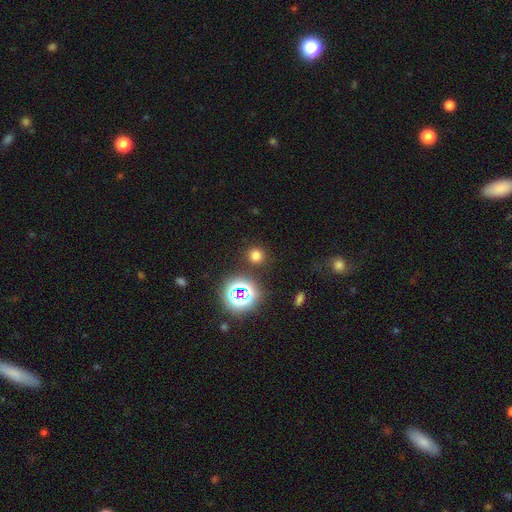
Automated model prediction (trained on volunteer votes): Overall: smooth (68%). How rounded: round (90%). Merging: none (88%).